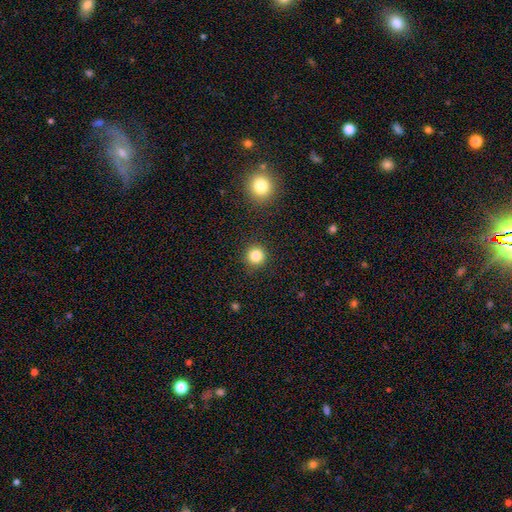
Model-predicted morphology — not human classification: Overall: smooth (83%). How rounded: round (93%). Merging: none (90%).